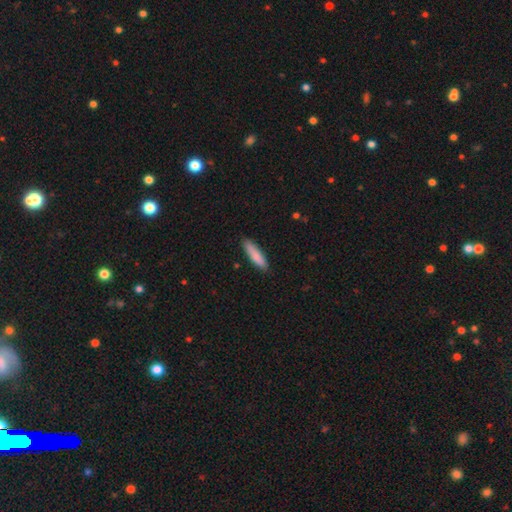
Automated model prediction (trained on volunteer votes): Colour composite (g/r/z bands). It shows a smooth galaxy with no disk features (85%) that is cigar-shaped (74%). Merging: none (86%).